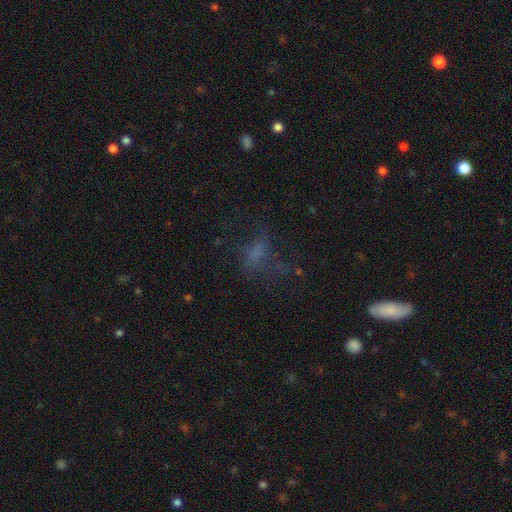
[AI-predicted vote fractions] Smooth or featured? Predicted: smooth (p=0.49). Merging? Predicted: none (p=0.44).